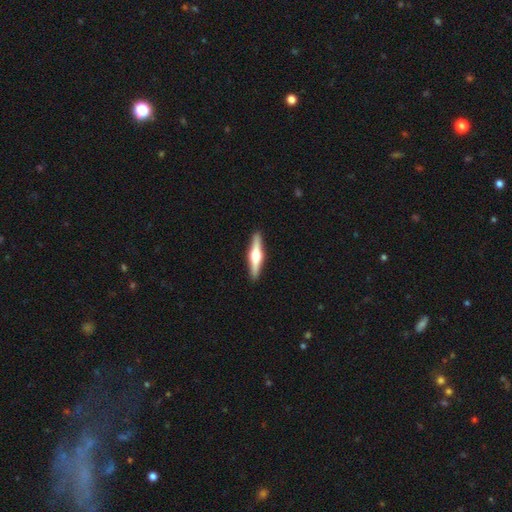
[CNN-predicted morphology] Q: Smooth or featured?
A: featured or disk (70%); runner-up: smooth (25%)
Q: Edge-on disk?
A: yes (98%); runner-up: no (2%)
Q: Edge-on bulge?
A: rounded (95%); runner-up: boxy (3%)
Q: Merging?
A: none (92%); runner-up: minor disturbance (5%)